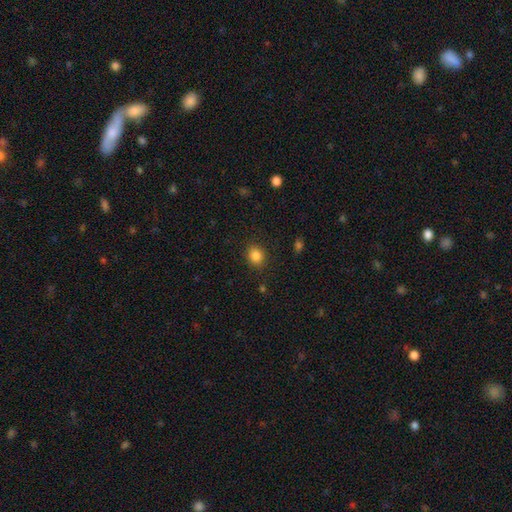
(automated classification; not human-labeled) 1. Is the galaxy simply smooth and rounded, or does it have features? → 85% smooth, 11% star or artifact, 4% featured or disk.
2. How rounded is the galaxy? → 67% round, 33% in between, 1% cigar-shaped.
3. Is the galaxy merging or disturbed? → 88% none, 8% minor disturbance, 3% major disturbance, 1% merger.